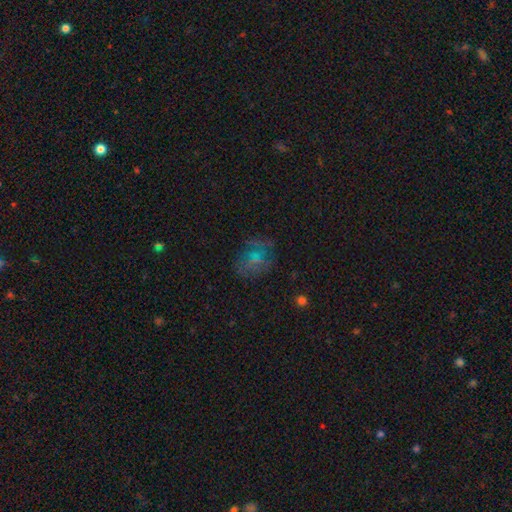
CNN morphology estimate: A smooth galaxy with no disk features (48%).

Vote fractions:
- Smooth or featured? smooth: 48% / featured or disk: 34% / star or artifact: 18%
- Merging? none: 63% / minor disturbance: 21% / major disturbance: 14% / merger: 2%